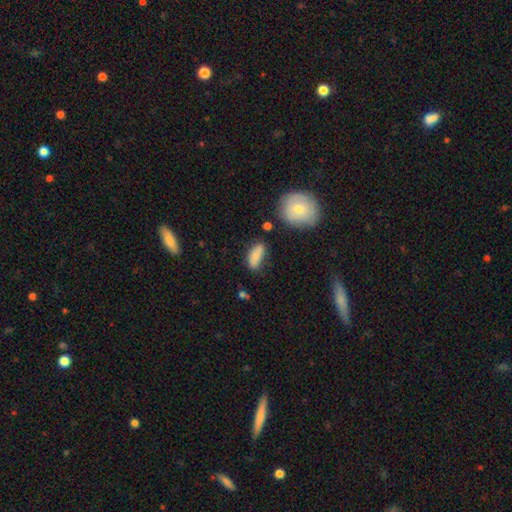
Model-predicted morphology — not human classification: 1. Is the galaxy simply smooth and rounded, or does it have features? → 81% smooth, 12% featured or disk, 8% star or artifact.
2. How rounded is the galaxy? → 79% in between, 17% cigar-shaped, 3% round.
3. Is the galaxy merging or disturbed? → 66% none, 23% minor disturbance, 6% major disturbance, 6% merger.